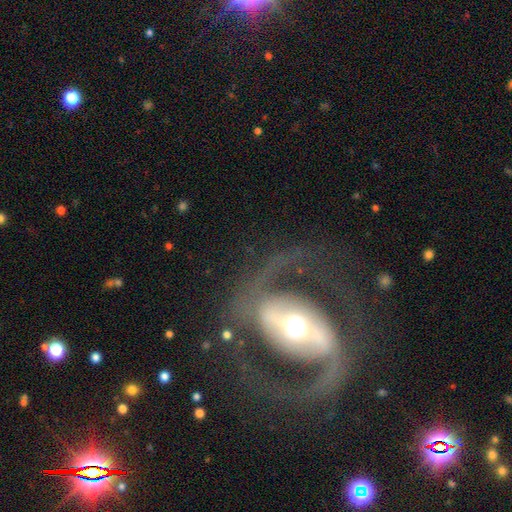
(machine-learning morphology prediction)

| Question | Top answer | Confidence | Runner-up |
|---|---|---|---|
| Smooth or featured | featured or disk | 89% | smooth (6%) |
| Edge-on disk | no | 96% | yes (4%) |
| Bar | strong | 59% | weak (25%) |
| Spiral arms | yes | 92% | no (8%) |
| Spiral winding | medium | 56% | loose (24%) |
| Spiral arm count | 2 | 93% | can't tell (2%) |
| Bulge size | moderate | 62% | large (20%) |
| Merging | none | 75% | major disturbance (12%) |